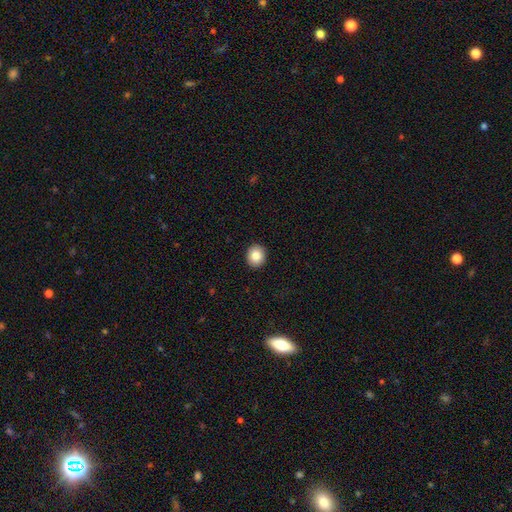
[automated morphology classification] Overall: smooth (84%). How rounded: round (83%). Merging: none (93%).